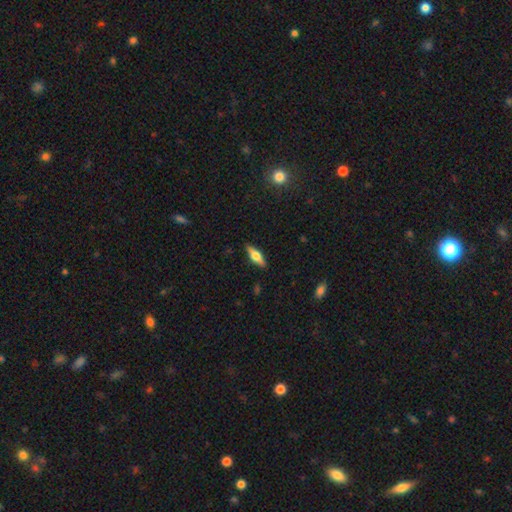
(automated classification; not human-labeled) Smooth or featured: smooth — 48% (featured or disk — 46%)
Merging: none — 89% (minor disturbance — 8%)